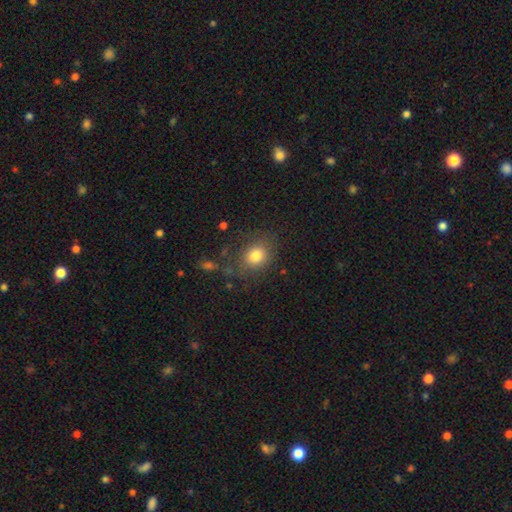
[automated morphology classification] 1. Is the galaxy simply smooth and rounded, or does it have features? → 80% smooth, 11% star or artifact, 9% featured or disk.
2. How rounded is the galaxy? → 63% round, 36% in between, 1% cigar-shaped.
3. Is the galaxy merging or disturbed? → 74% none, 16% minor disturbance, 8% major disturbance, 3% merger.